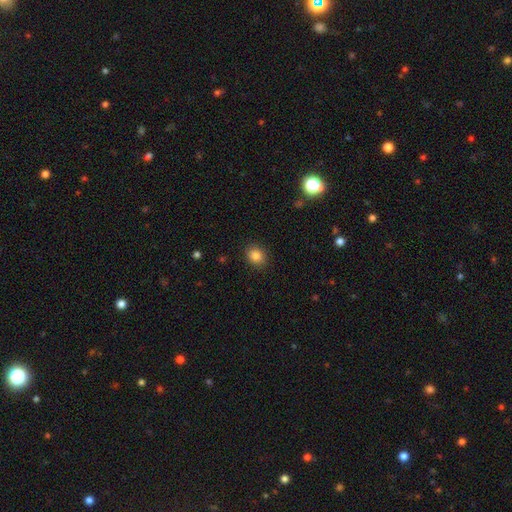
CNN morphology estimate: A smooth galaxy with no disk features (84%) that is round (56%). Merging: none (88%).